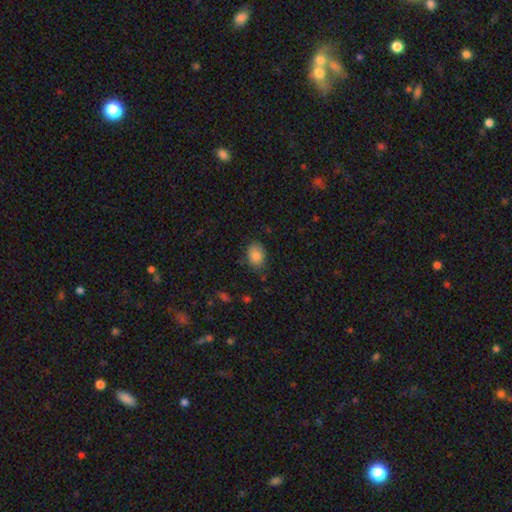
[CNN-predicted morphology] smooth 86%, star or artifact 8%, featured or disk 6%. Down the decision tree: how rounded — in between (73%); merging — none (76%).